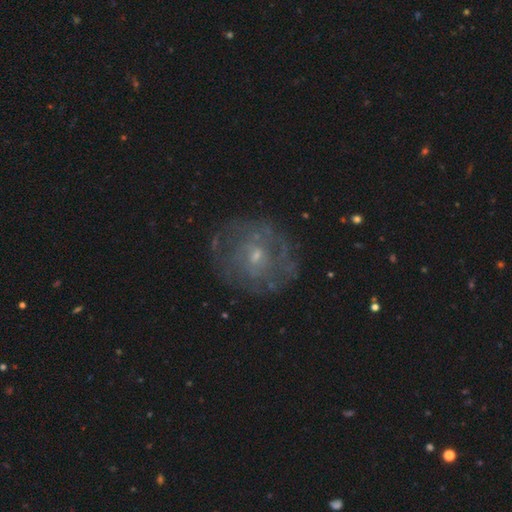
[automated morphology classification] This appears to be a featured or disk galaxy (67%) with no bar (73%), spiral arms (57%) and a small central bulge (68%). Merging: none (75%).